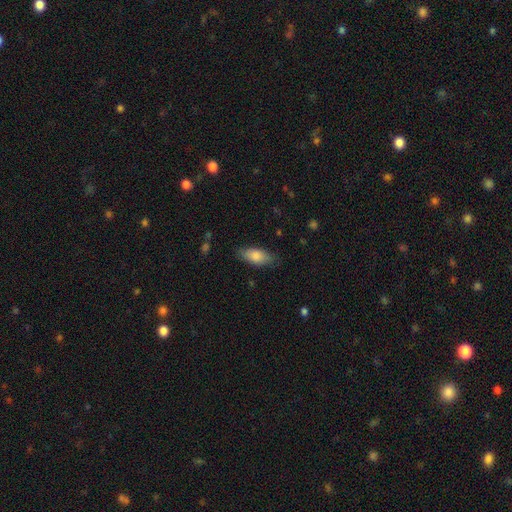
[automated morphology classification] type=smooth (81%); roundness=in between (86%); merging=none (81%).